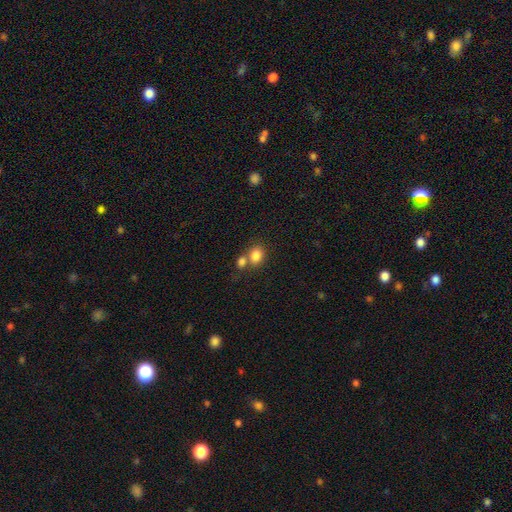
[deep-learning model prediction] Smooth or featured: smooth — 83% (star or artifact — 10%)
How rounded: round — 50% (in between — 49%)
Merging: none — 47% (merger — 40%)